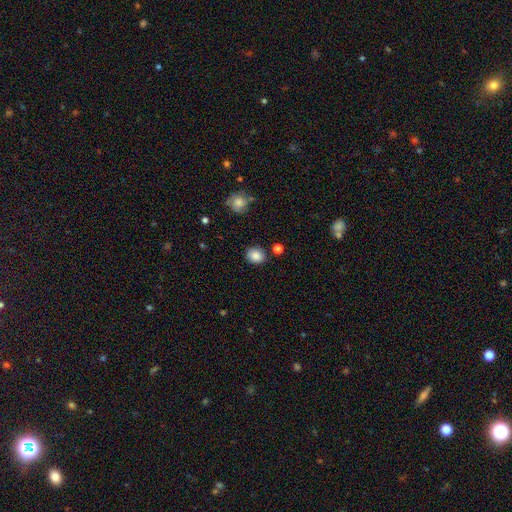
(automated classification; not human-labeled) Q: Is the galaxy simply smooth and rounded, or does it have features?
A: smooth — 86%.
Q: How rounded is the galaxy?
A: round — 63%.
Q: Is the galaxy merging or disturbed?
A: none — 83%.